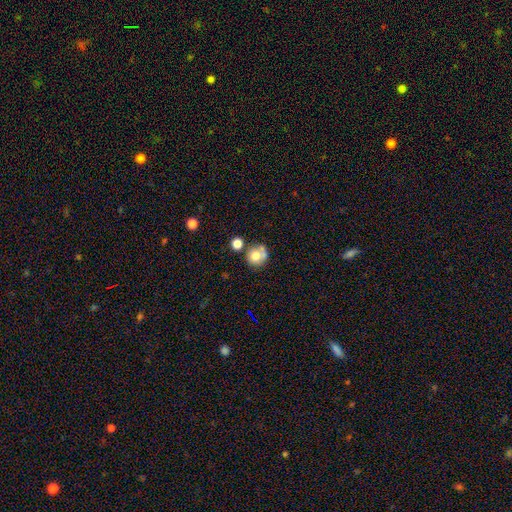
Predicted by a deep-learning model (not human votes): Smooth or featured? Predicted: smooth (p=0.71). How rounded? Predicted: round (p=0.87). Merging? Predicted: none (p=0.52).